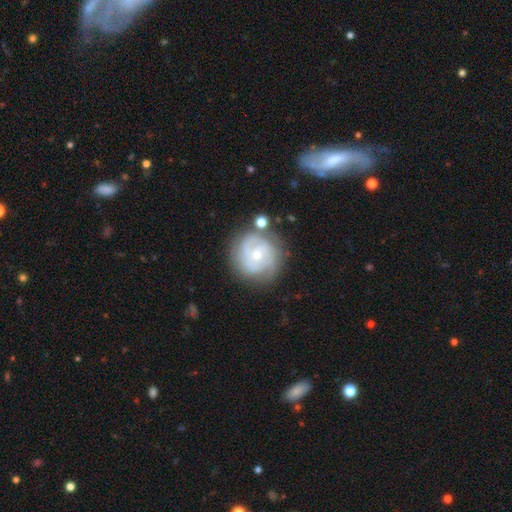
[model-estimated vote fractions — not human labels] Smooth or featured: featured or disk — 76% (smooth — 17%)
Edge-on disk: no — 98% (yes — 2%)
Bar: no — 66% (weak — 28%)
Spiral arms: yes — 91% (no — 9%)
Spiral winding: tight — 58% (medium — 33%)
Spiral arm count: 3 — 30% (2 — 29%)
Bulge size: small — 59% (moderate — 38%)
Merging: none — 72% (minor disturbance — 16%)